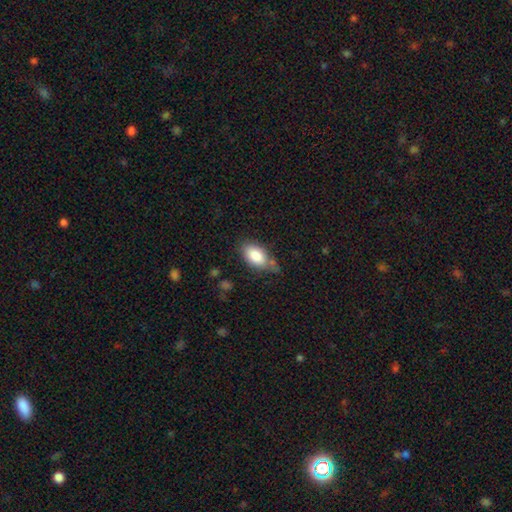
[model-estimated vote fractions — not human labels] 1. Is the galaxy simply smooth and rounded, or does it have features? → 85% smooth, 9% featured or disk, 7% star or artifact.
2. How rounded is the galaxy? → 92% in between, 5% round, 3% cigar-shaped.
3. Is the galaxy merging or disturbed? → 60% none, 28% minor disturbance, 7% major disturbance, 5% merger.